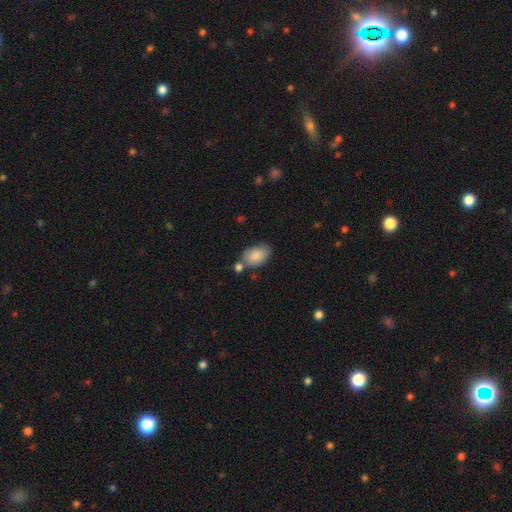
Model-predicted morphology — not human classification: Smooth or featured? smooth (86%)
How rounded? in between (88%)
Merging? none (60%)